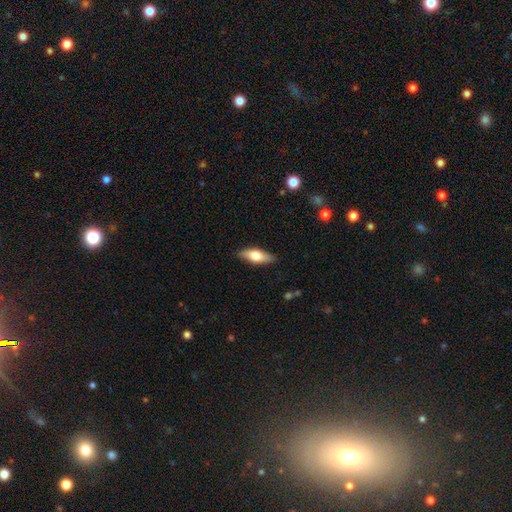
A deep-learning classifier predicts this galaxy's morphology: Smooth or featured?
  - smooth: 65% *
  - featured or disk: 29%
  - star or artifact: 6%
How rounded?
  - in between: 67% *
  - cigar-shaped: 31%
  - round: 3%
Merging?
  - none: 86% *
  - minor disturbance: 11%
  - major disturbance: 2%
  - merger: 1%